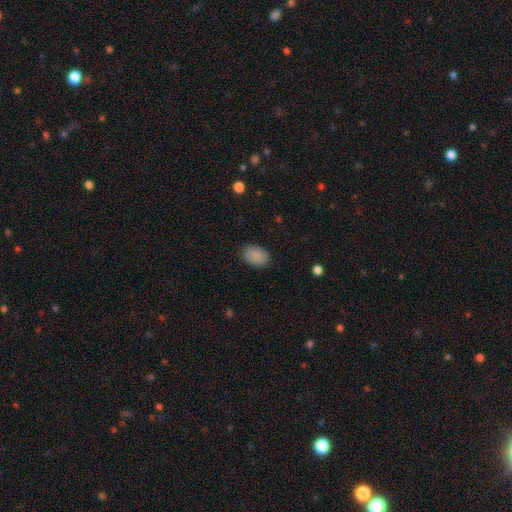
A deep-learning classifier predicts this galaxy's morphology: The model was most divided on "how rounded": in between: 80%, round: 19%, cigar-shaped: 1%. More confident: smooth or featured — smooth (89%); merging — none (87%).